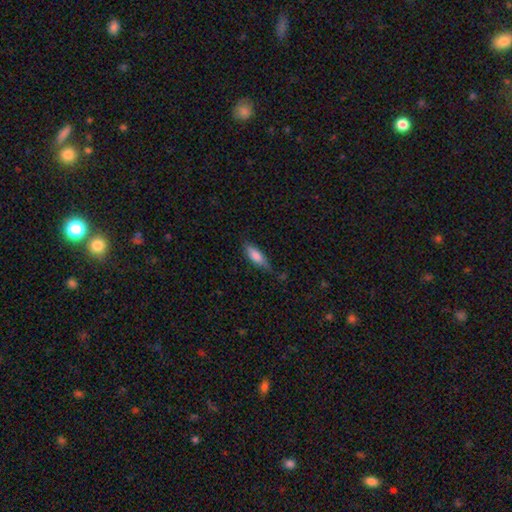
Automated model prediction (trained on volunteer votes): A smooth galaxy with no disk features (75%) that is in between round and cigar-shaped (57%). Merging: none (65%).